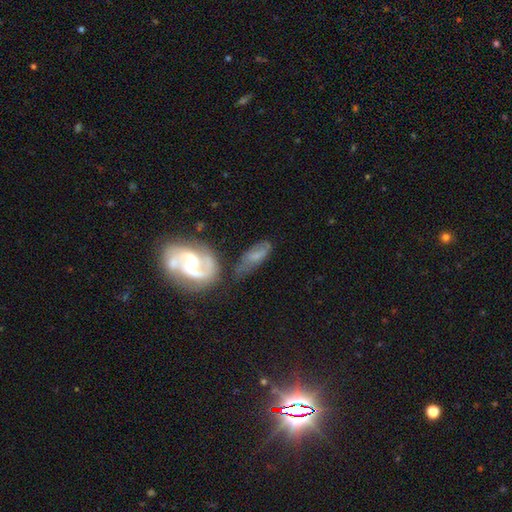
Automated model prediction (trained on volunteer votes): Smooth or featured? Predicted: featured or disk (p=0.56). Edge-on disk? Predicted: no (p=0.88). Merging? Predicted: none (p=0.45).